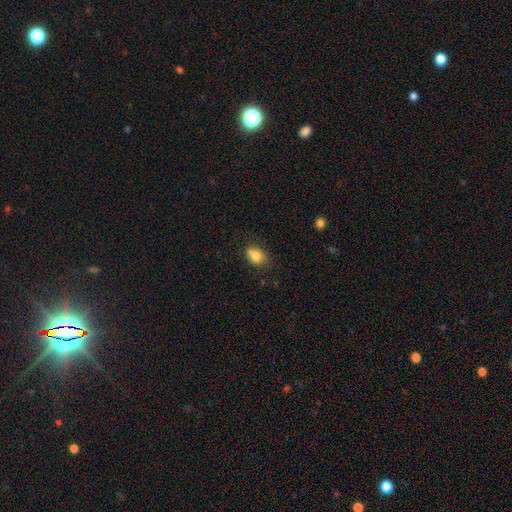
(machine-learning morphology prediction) A smooth galaxy with no disk features (79%) that is in between round and cigar-shaped (69%).

Vote fractions:
- Smooth or featured? smooth: 79% / featured or disk: 11% / star or artifact: 10%
- How rounded? in between: 69% / round: 30% / cigar-shaped: 2%
- Merging? none: 62% / minor disturbance: 23% / merger: 10% / major disturbance: 5%